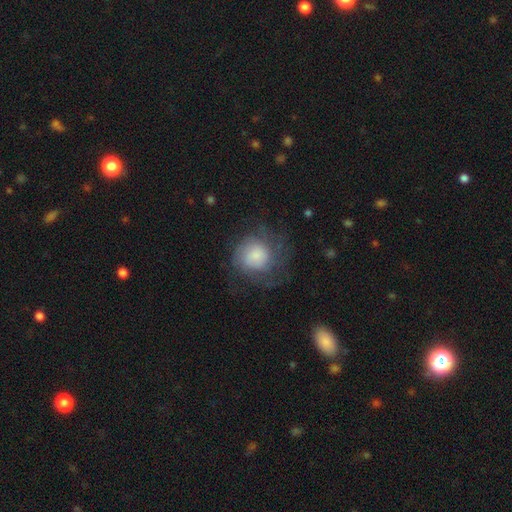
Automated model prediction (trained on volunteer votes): smooth_or_featured: smooth (p=0.51) [alt: featured or disk p=0.40]
how_rounded: round (p=0.85) [alt: in between p=0.14]
merging: none (p=0.56) [alt: major disturbance p=0.21]